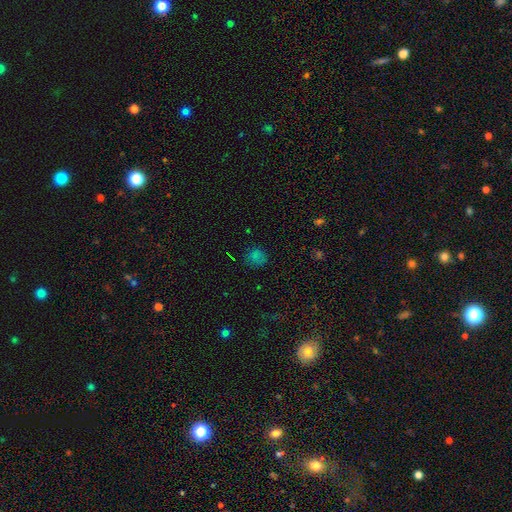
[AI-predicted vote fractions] Smooth or featured?
  - smooth: 64% *
  - star or artifact: 30%
  - featured or disk: 6%
How rounded?
  - round: 83% *
  - in between: 16%
  - cigar-shaped: 1%
Merging?
  - none: 78% *
  - minor disturbance: 15%
  - major disturbance: 5%
  - merger: 2%